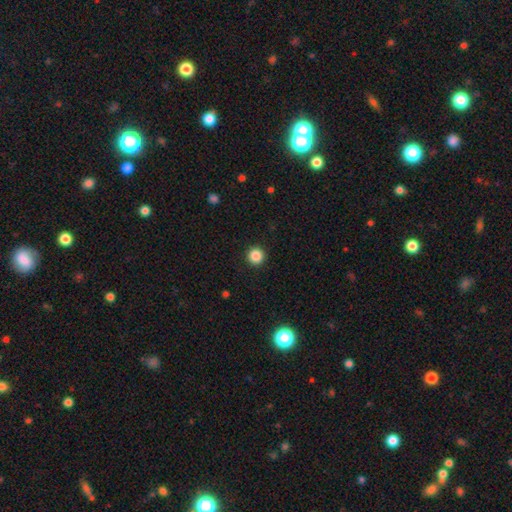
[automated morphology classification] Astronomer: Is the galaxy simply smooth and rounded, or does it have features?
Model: smooth — 86%.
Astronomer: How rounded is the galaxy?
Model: round — 96%.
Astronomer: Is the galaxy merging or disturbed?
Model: none — 93%.